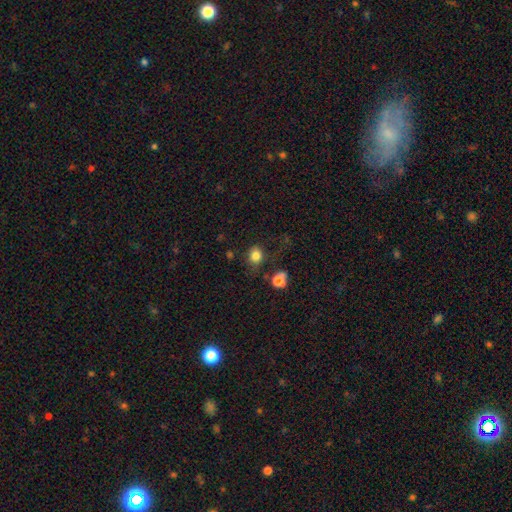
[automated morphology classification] smooth-or-featured: smooth: 81% | star or artifact: 12% | featured or disk: 6%
  how-rounded: round: 63% | in between: 36% | cigar-shaped: 1%
  merging: none: 73% | minor disturbance: 15% | major disturbance: 7% | merger: 6%